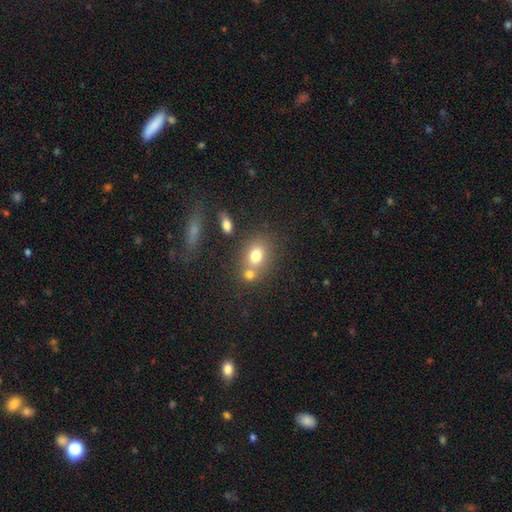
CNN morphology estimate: Smooth or featured: smooth — 75% (featured or disk — 13%)
How rounded: in between — 55% (round — 43%)
Merging: none — 50% (merger — 35%)